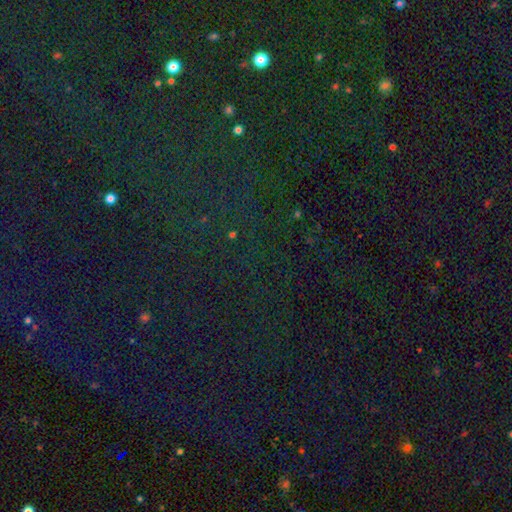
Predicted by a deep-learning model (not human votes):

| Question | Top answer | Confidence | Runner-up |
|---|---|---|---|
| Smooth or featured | star or artifact | 80% | smooth (13%) |